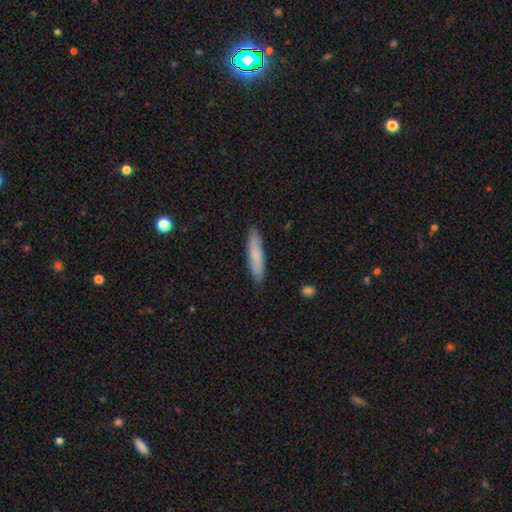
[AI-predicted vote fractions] Morphology: type=smooth (79%); roundness=cigar-shaped (87%); merging=none (89%).